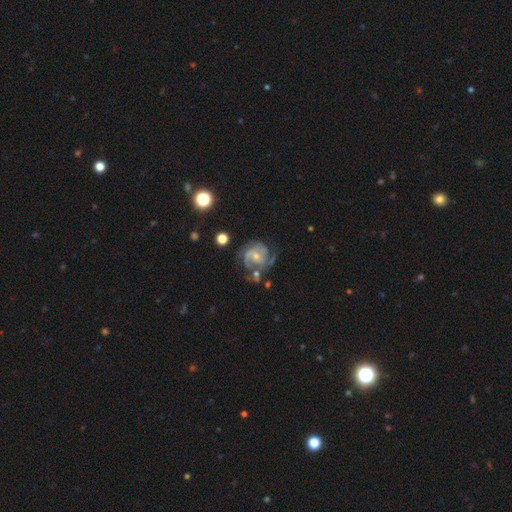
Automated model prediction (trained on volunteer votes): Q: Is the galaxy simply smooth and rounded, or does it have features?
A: featured or disk — 88%.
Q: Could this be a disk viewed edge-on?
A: no — 98%.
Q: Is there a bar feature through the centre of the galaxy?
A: no — 61%.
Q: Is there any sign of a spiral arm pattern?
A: yes — 97%.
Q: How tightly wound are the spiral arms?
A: tight — 49%.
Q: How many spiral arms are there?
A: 3 — 37%.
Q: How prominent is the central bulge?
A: small — 56%.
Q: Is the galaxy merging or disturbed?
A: none — 58%.